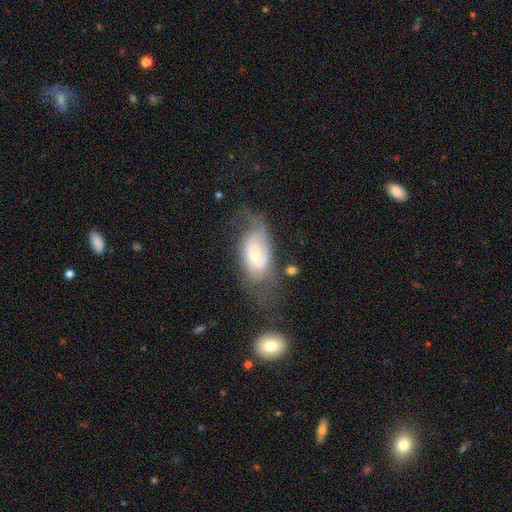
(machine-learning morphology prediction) Q: Smooth or featured?
A: featured or disk (73%); runner-up: smooth (21%)
Q: Edge-on disk?
A: no (94%); runner-up: yes (6%)
Q: Bar?
A: no (52%); runner-up: weak (39%)
Q: Spiral arms?
A: yes (88%); runner-up: no (12%)
Q: Spiral winding?
A: medium (40%); runner-up: tight (35%)
Q: Spiral arm count?
A: 2 (54%); runner-up: can't tell (24%)
Q: Bulge size?
A: small (51%); runner-up: moderate (42%)
Q: Merging?
A: none (43%); runner-up: major disturbance (29%)